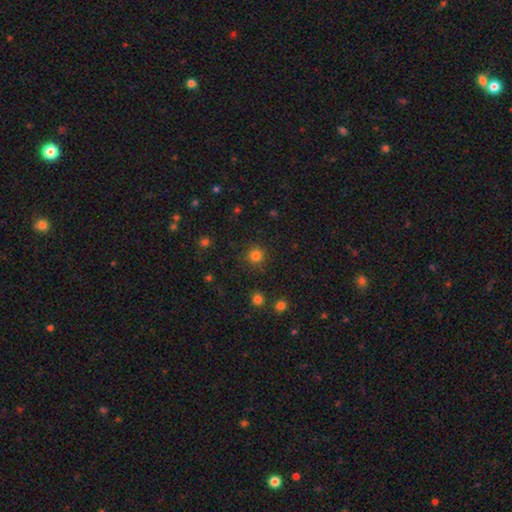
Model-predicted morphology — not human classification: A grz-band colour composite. It shows a smooth galaxy with no disk features (80%) that is round (94%). Merging: none (88%).